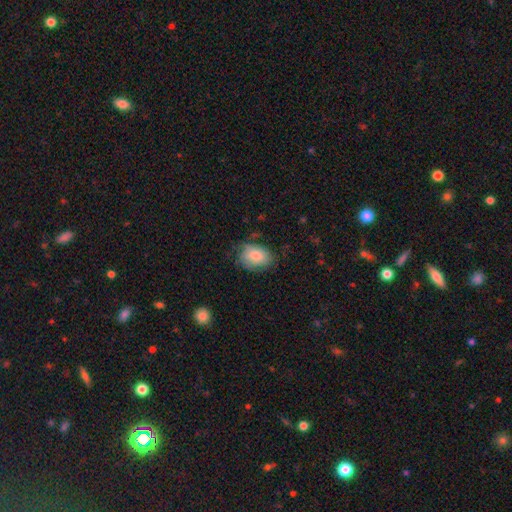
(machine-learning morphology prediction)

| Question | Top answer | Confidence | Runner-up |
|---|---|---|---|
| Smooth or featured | smooth | 80% | featured or disk (13%) |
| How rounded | in between | 78% | round (21%) |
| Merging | none | 63% | minor disturbance (28%) |